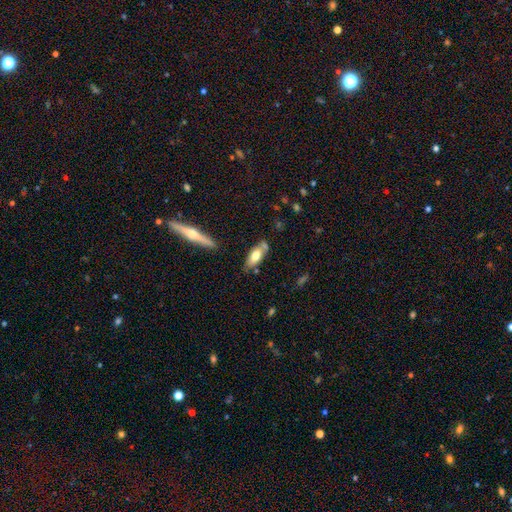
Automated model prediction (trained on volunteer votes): Smooth or featured? Predicted: smooth (p=0.66). How rounded? Predicted: in between (p=0.74). Merging? Predicted: none (p=0.65).